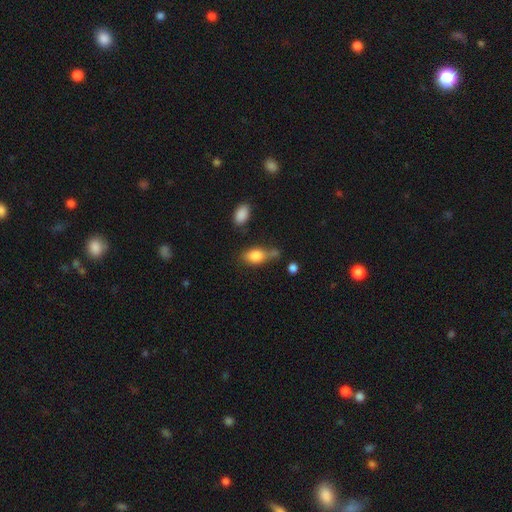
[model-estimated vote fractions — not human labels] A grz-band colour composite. It shows a smooth galaxy with no disk features (78%) that is in between round and cigar-shaped (80%). Merging: none (42%).